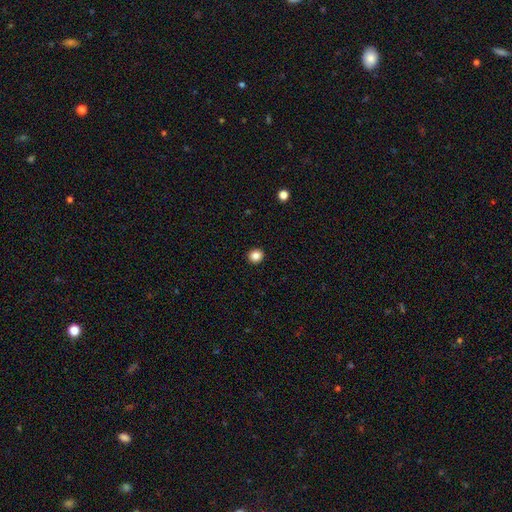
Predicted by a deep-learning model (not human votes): Overall: smooth (85%). How rounded: round (86%). Merging: none (93%).